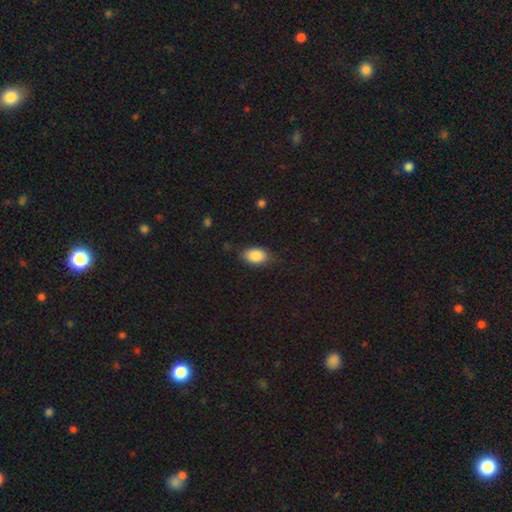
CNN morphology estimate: smooth 86%, star or artifact 8%, featured or disk 6%. Down the decision tree: how rounded — in between (89%); merging — none (77%).